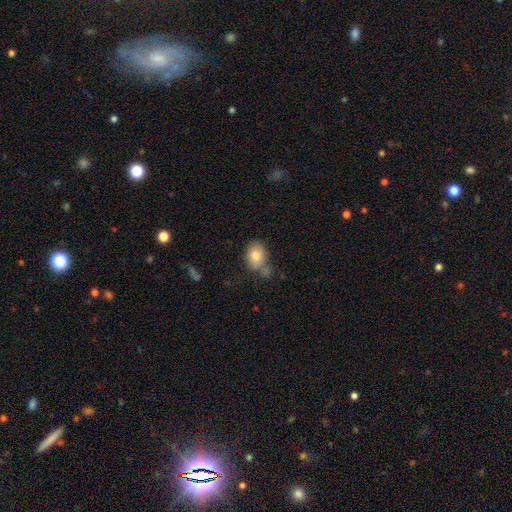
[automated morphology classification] This appears to be a smooth galaxy with no disk features (81%) that is in between round and cigar-shaped (68%). Merging: none (52%).